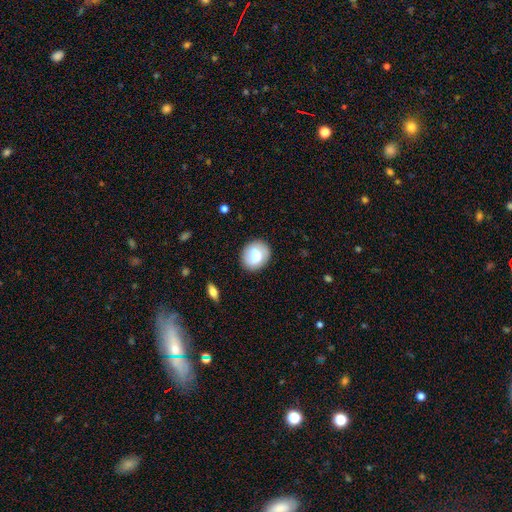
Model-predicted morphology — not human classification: The model was most divided on "how rounded": round: 73%, in between: 26%, cigar-shaped: 1%. More confident: merging — none (85%); smooth or featured — smooth (72%).